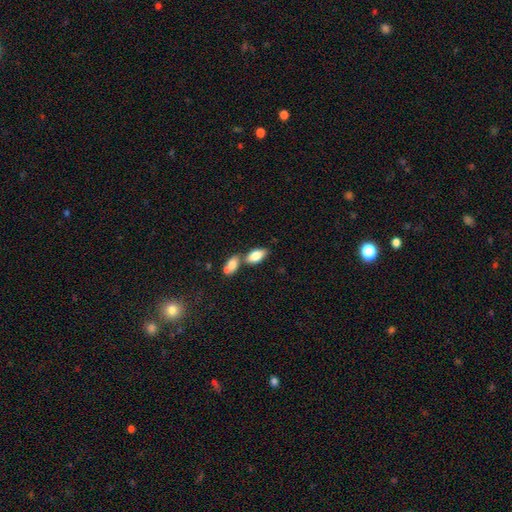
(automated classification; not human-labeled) Smooth or featured? smooth (80%)
How rounded? in between (89%)
Merging? none (47%)